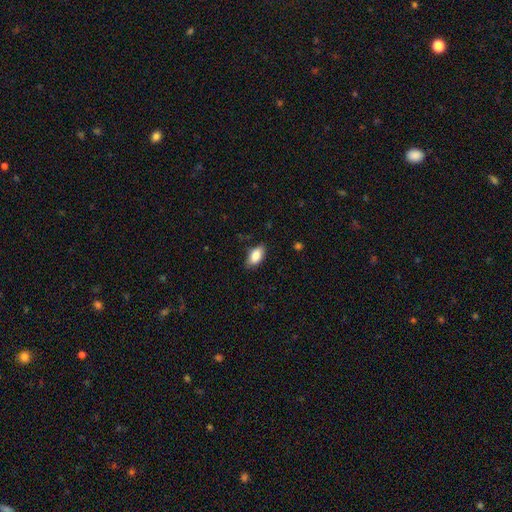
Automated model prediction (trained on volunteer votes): A smooth galaxy with no disk features (86%) that is in between round and cigar-shaped (92%). Merging: none (81%).